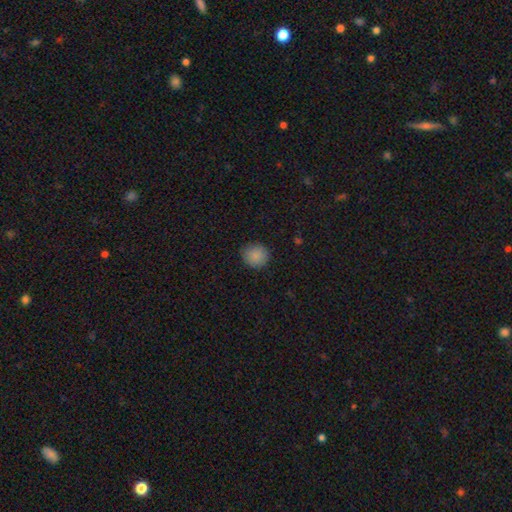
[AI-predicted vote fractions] smooth_or_featured: smooth (p=0.86) [alt: star or artifact p=0.09]
how_rounded: round (p=0.88) [alt: in between p=0.11]
merging: none (p=0.84) [alt: minor disturbance p=0.12]